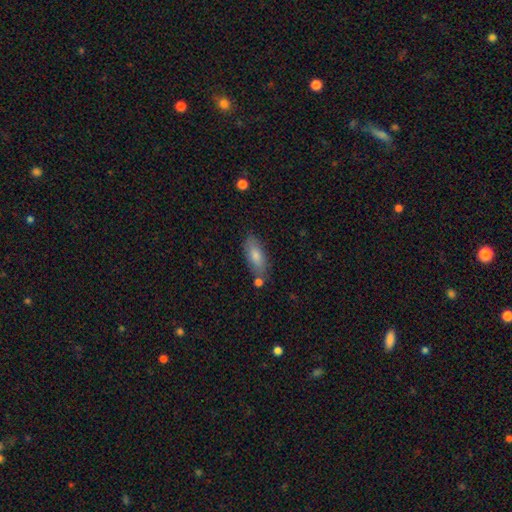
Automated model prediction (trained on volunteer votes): smooth_or_featured: smooth (p=0.79) [alt: featured or disk p=0.15]
how_rounded: in between (p=0.78) [alt: cigar-shaped p=0.19]
merging: none (p=0.71) [alt: minor disturbance p=0.17]